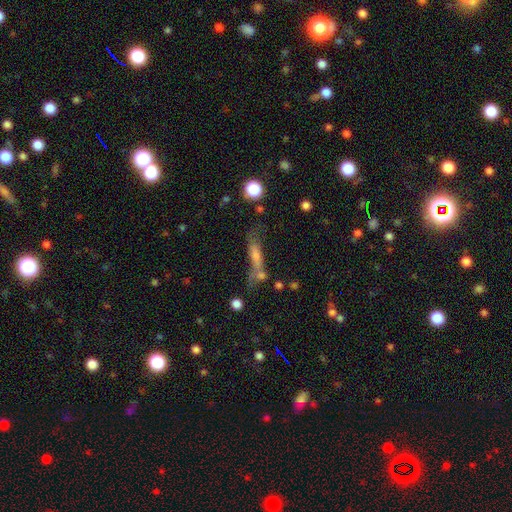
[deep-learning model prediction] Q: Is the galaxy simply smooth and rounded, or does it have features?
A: smooth — 51%.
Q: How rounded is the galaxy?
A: cigar-shaped — 70%.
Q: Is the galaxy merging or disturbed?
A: none — 42%.